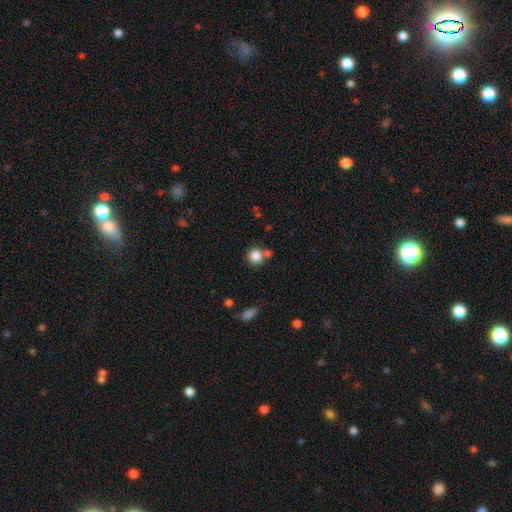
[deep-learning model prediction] A smooth galaxy with no disk features (84%) that is round (90%).

Vote fractions:
- Smooth or featured? smooth: 84% / star or artifact: 10% / featured or disk: 6%
- How rounded? round: 90% / in between: 9% / cigar-shaped: 1%
- Merging? none: 65% / merger: 21% / minor disturbance: 10% / major disturbance: 4%